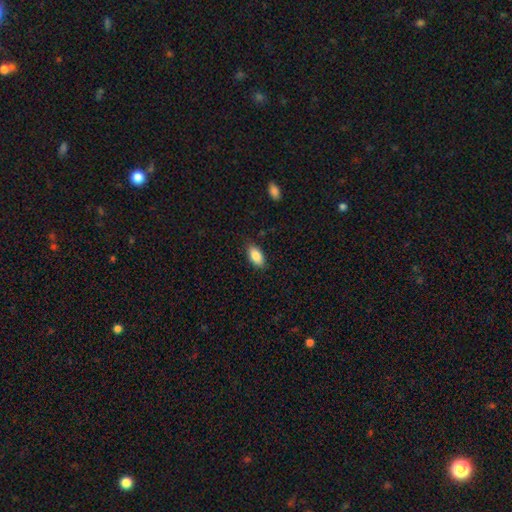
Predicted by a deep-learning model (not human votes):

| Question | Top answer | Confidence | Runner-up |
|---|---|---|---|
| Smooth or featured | smooth | 86% | featured or disk (7%) |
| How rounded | in between | 92% | cigar-shaped (5%) |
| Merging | none | 85% | minor disturbance (12%) |